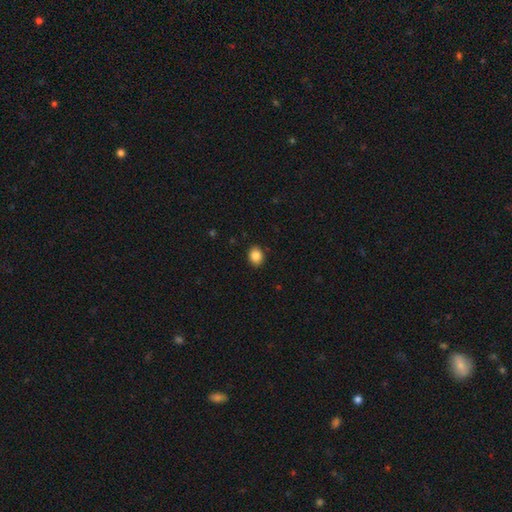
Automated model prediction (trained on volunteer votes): A smooth galaxy with no disk features (87%) that is round (53%). Merging: none (90%).